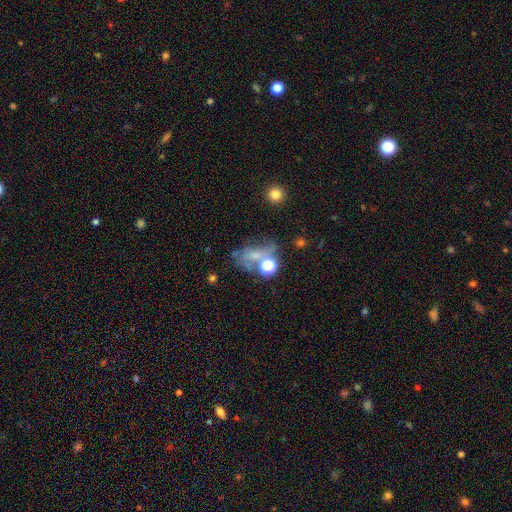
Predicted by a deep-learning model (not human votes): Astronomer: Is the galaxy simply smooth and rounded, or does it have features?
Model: smooth — 40% (runner-up: featured or disk, 31%).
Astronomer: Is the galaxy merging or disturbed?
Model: none — 33% (runner-up: major disturbance, 27%).